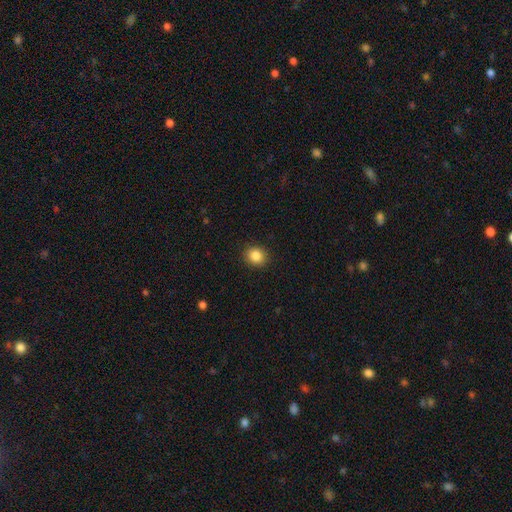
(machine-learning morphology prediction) smooth 86%, star or artifact 10%, featured or disk 4%. Down the decision tree: how rounded — round (79%); merging — none (90%).